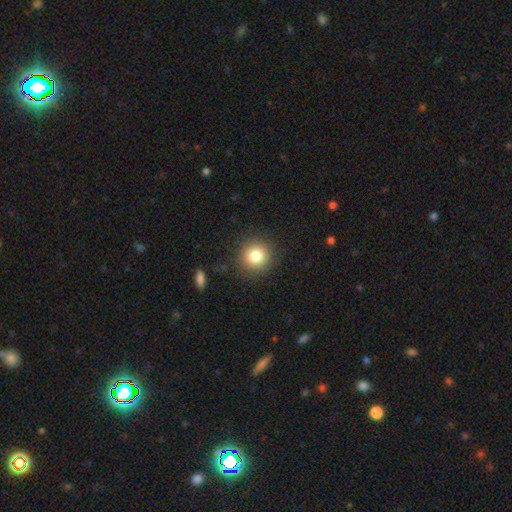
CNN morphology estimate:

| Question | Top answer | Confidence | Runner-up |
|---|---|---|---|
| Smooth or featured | smooth | 82% | star or artifact (11%) |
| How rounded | round | 92% | in between (7%) |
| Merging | none | 88% | minor disturbance (8%) |